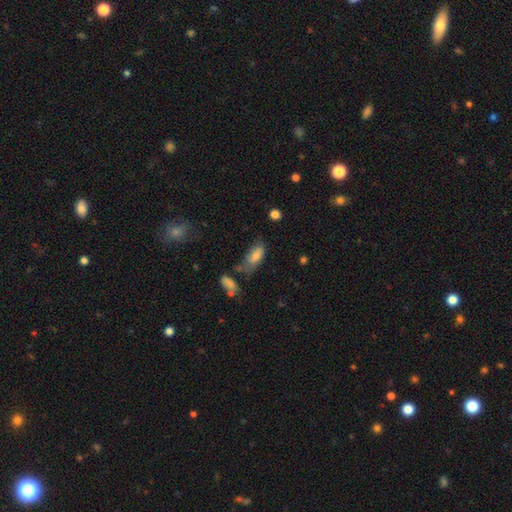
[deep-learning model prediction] Smooth or featured? Predicted: smooth (p=0.74). How rounded? Predicted: in between (p=0.86). Merging? Predicted: none (p=0.46).